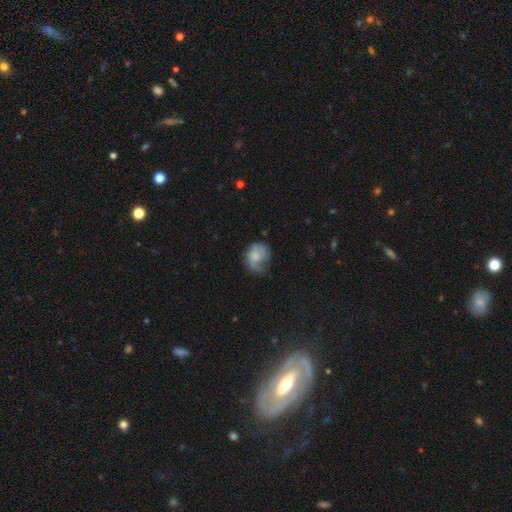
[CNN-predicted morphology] A smooth galaxy with no disk features (55%) that is round (55%).

Vote fractions:
- Smooth or featured? smooth: 55% / featured or disk: 36% / star or artifact: 8%
- How rounded? round: 55% / in between: 44% / cigar-shaped: 1%
- Merging? none: 42% / minor disturbance: 31% / major disturbance: 25% / merger: 2%